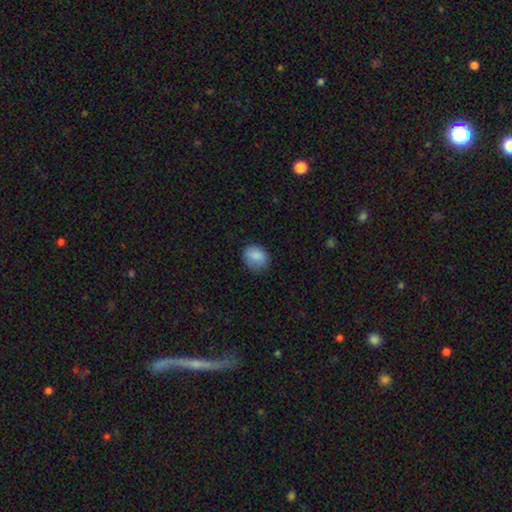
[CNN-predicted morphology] A smooth galaxy with no disk features (86%) that is round (54%). Merging: none (73%).